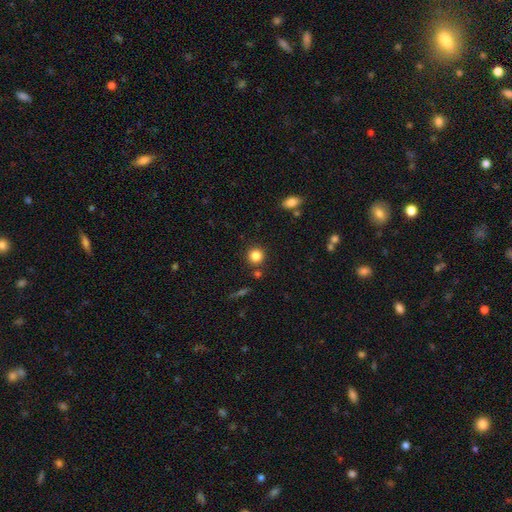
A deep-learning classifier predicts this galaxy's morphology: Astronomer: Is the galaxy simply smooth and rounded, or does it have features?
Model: smooth — 84%.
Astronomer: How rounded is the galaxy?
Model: round — 92%.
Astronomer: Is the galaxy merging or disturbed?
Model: none — 85%.